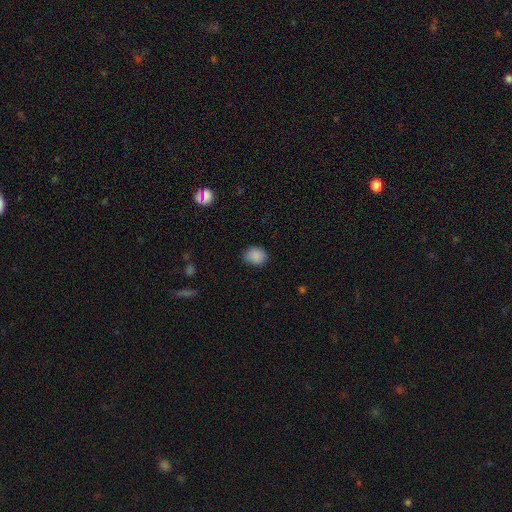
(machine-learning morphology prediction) smooth 87%, star or artifact 9%, featured or disk 4%. Down the decision tree: how rounded — round (58%); merging — none (78%).